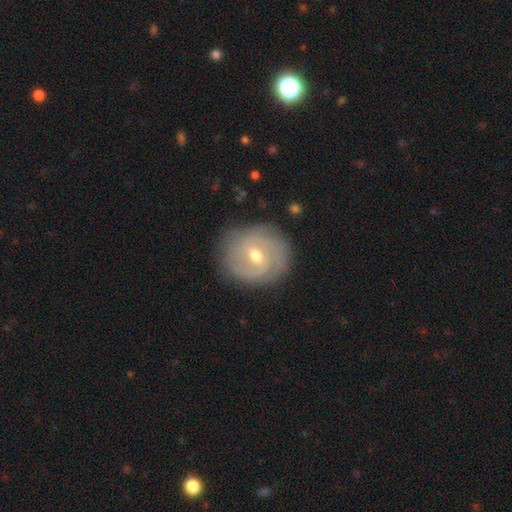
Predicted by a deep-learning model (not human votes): featured or disk 72%, smooth 21%, star or artifact 6%. Down the decision tree: edge-on disk — no (97%); bar — weak (57%); spiral arms — yes (84%); spiral arm count — 2 (44%); spiral winding — tight (61%); bulge size — moderate (67%); merging — none (81%).